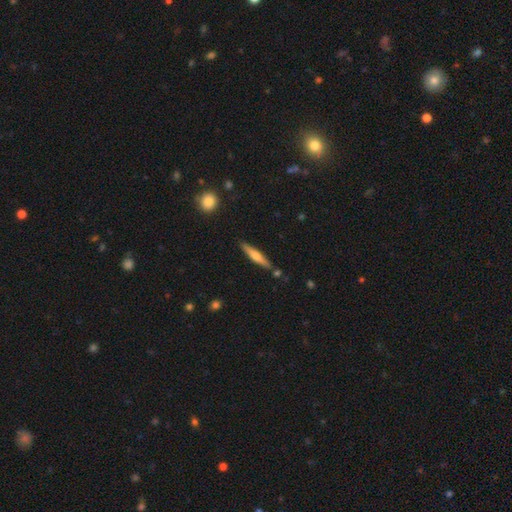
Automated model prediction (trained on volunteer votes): A featured or disk galaxy (51%) viewed edge-on (96%). Merging: none (85%).